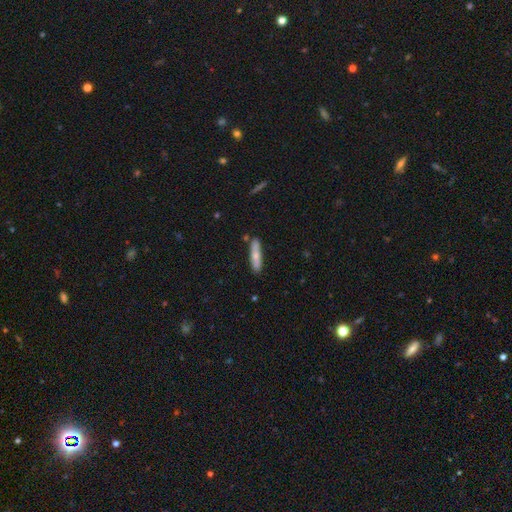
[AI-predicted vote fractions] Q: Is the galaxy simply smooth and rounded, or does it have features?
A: smooth — 64%.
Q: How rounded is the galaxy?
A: cigar-shaped — 84%.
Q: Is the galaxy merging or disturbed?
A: none — 85%.